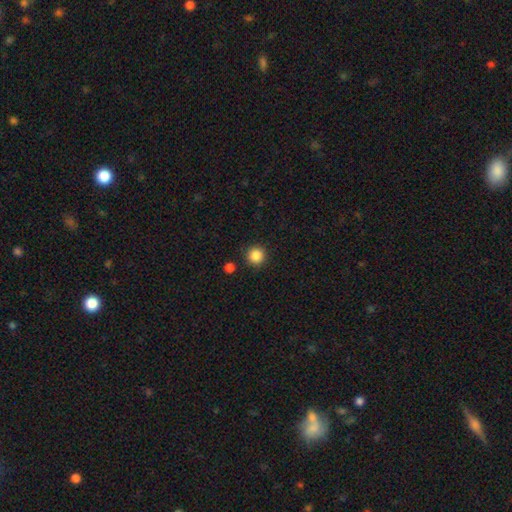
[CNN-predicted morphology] smooth_or_featured: smooth (p=0.86) [alt: star or artifact p=0.10]
how_rounded: round (p=0.95) [alt: in between p=0.04]
merging: none (p=0.88) [alt: minor disturbance p=0.07]